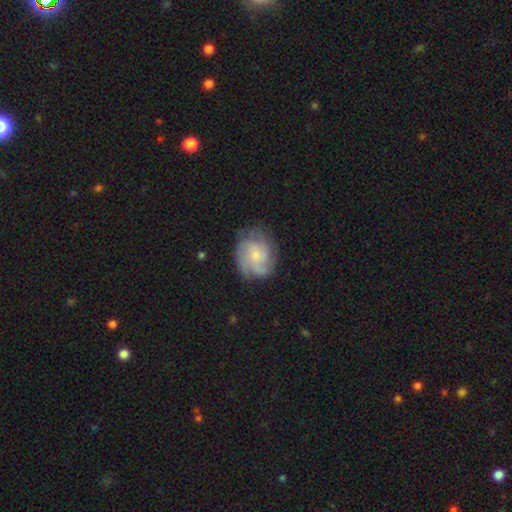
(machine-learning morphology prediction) This is likely a featured or disk galaxy (75%). It is clearly not viewed edge-on (98%). Bar: likely no (73%). Spiral arm pattern: clearly yes (95%). Spiral arm count: marginally 3 (37%). Spiral winding: possibly tight (48%). Central bulge: likely small (61%). Merging: likely none (74%).